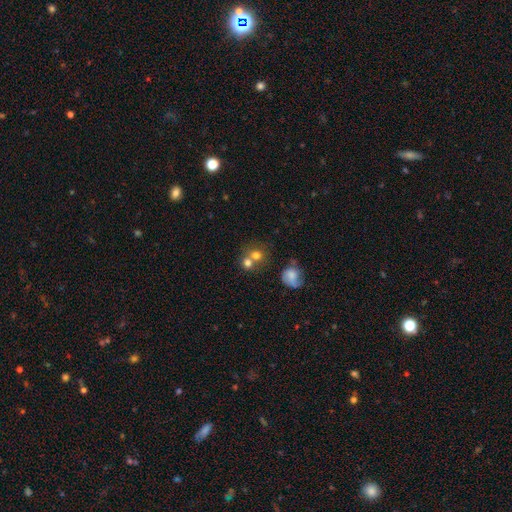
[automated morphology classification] Q: Smooth or featured?
A: smooth (72%); runner-up: featured or disk (16%)
Q: How rounded?
A: round (79%); runner-up: in between (20%)
Q: Merging?
A: merger (50%); runner-up: none (38%)